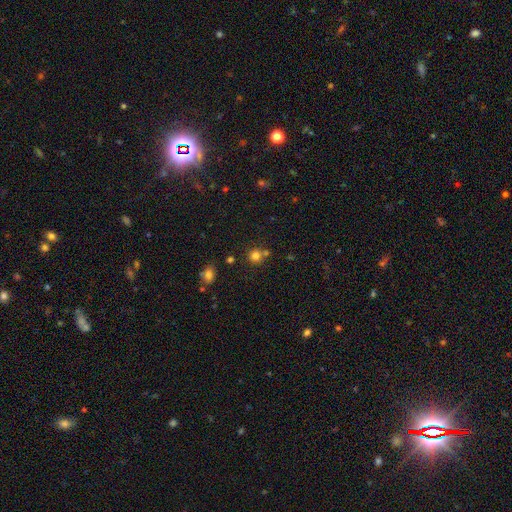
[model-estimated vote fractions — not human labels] smooth_or_featured: smooth (p=0.78) [alt: star or artifact p=0.15]
how_rounded: round (p=0.90) [alt: in between p=0.09]
merging: none (p=0.67) [alt: merger p=0.21]